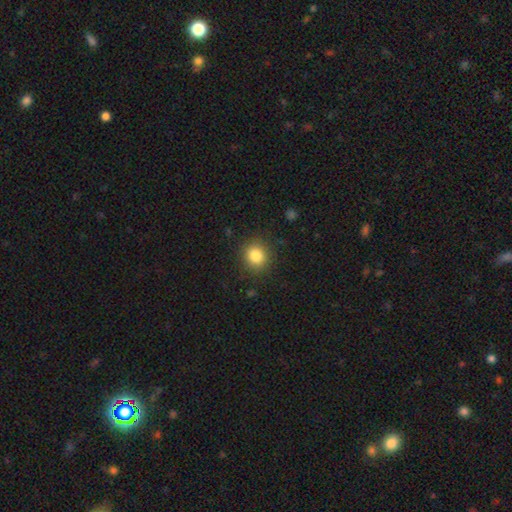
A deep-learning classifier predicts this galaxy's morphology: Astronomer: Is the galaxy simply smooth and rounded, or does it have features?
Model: smooth — 83%.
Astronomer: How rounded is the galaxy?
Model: round — 83%.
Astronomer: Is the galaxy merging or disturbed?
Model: none — 88%.